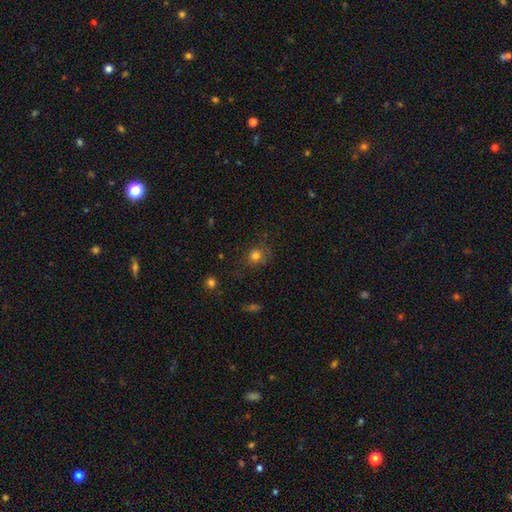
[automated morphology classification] Q: Smooth or featured?
A: smooth (77%); runner-up: star or artifact (15%)
Q: How rounded?
A: round (80%); runner-up: in between (19%)
Q: Merging?
A: none (70%); runner-up: minor disturbance (18%)